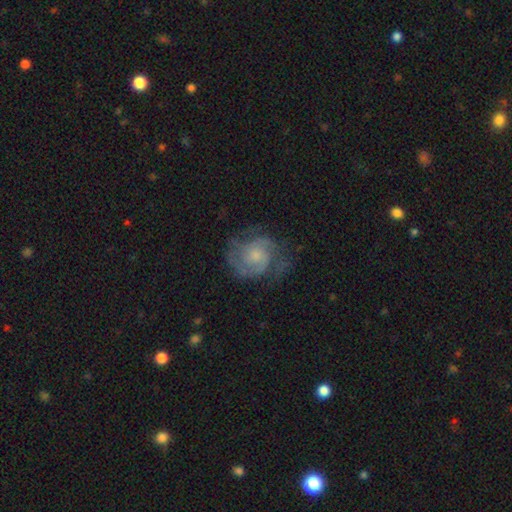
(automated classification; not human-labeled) Smooth or featured? Predicted: featured or disk (p=0.80). Edge-on disk? Predicted: no (p=0.98). Bar? Predicted: no (p=0.71). Spiral arms? Predicted: yes (p=0.94). Spiral winding? Predicted: tight (p=0.48). Spiral arm count? Predicted: 2 (p=0.55). Bulge size? Predicted: small (p=0.56). Merging? Predicted: none (p=0.63).